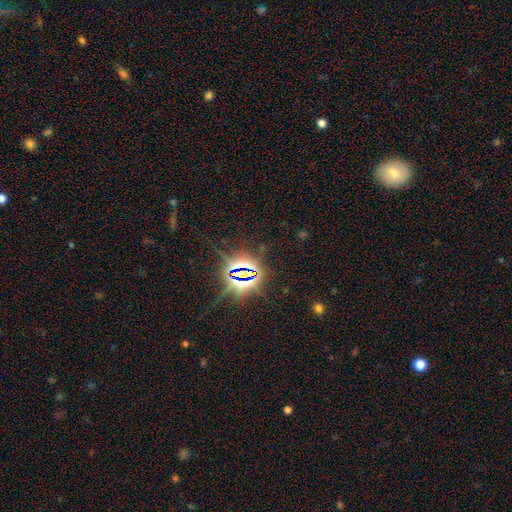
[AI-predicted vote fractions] A star or artifact, not a galaxy (82%).

Vote fractions:
- Smooth or featured? star or artifact: 82% / smooth: 10% / featured or disk: 8%